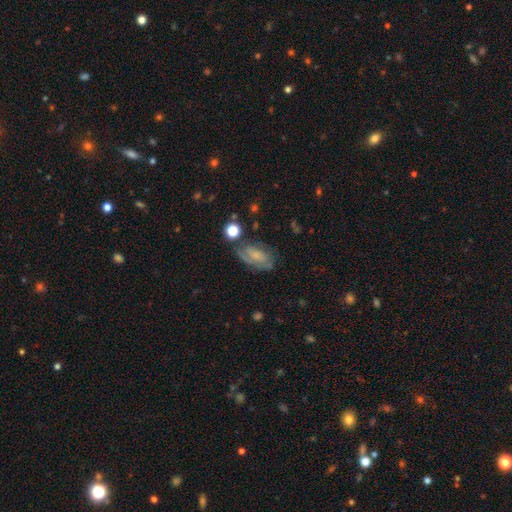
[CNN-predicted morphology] This appears to be a featured or disk galaxy (49%). Merging: none (57%).